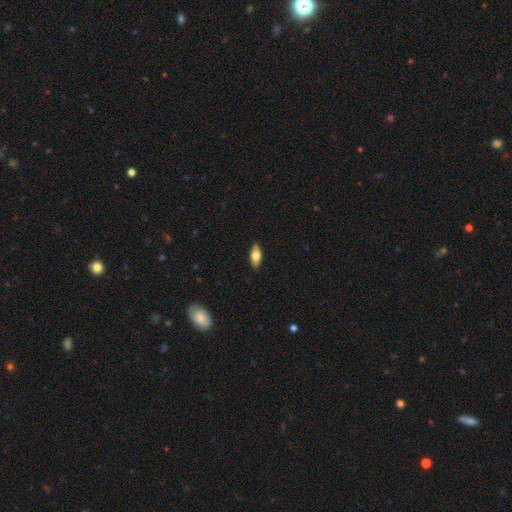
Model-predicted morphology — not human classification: This appears to be a smooth galaxy with no disk features (69%) that is in between round and cigar-shaped (80%). Merging: none (89%).